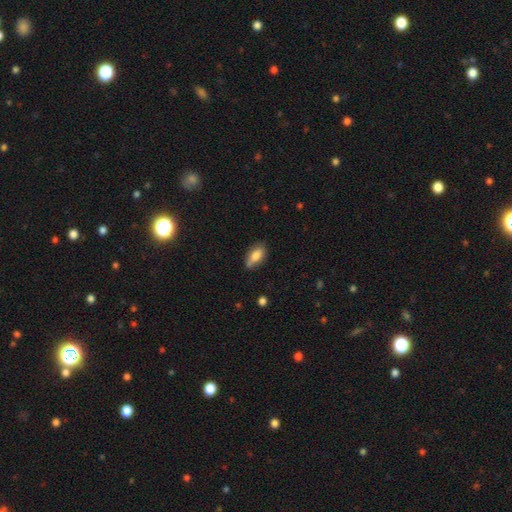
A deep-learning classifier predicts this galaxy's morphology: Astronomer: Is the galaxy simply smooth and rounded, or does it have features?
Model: smooth — 79%.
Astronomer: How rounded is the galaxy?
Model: in between — 86%.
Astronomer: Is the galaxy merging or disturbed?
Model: none — 64%.